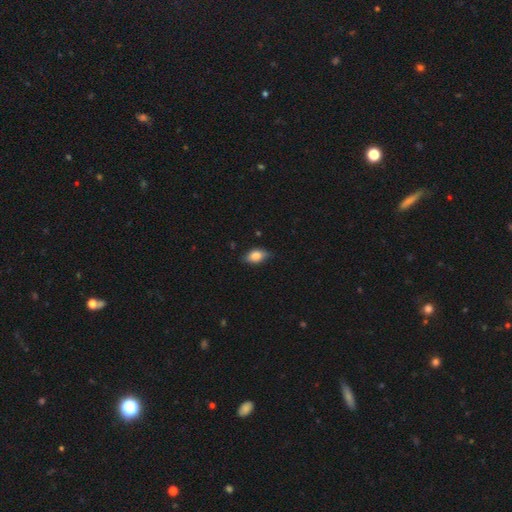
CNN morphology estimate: Smooth or featured: smooth — 80% (featured or disk — 13%)
How rounded: in between — 87% (round — 9%)
Merging: none — 78% (minor disturbance — 18%)